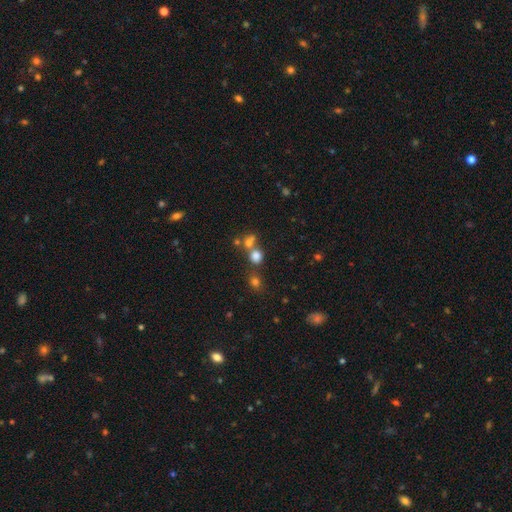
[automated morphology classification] Smooth or featured? smooth (71%)
How rounded? round (78%)
Merging? none (52%)